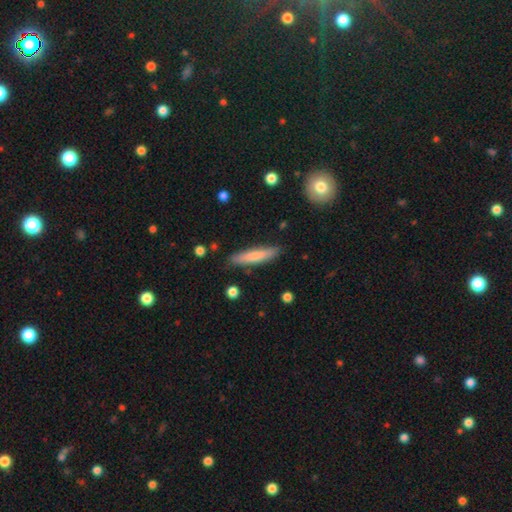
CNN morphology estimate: type=smooth (74%); roundness=cigar-shaped (88%); merging=none (87%).